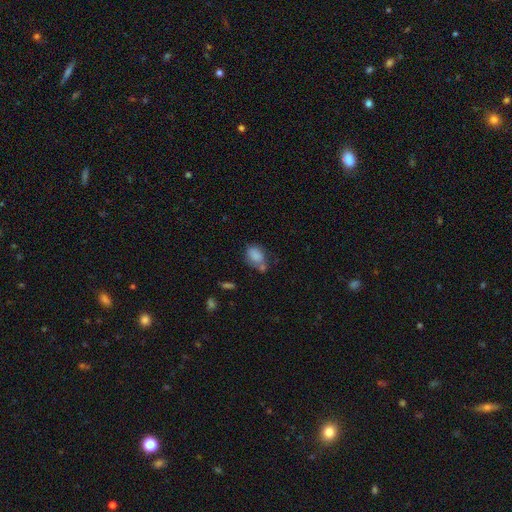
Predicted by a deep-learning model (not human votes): Morphology: type=smooth (83%); roundness=in between (78%); merging=none (47%).